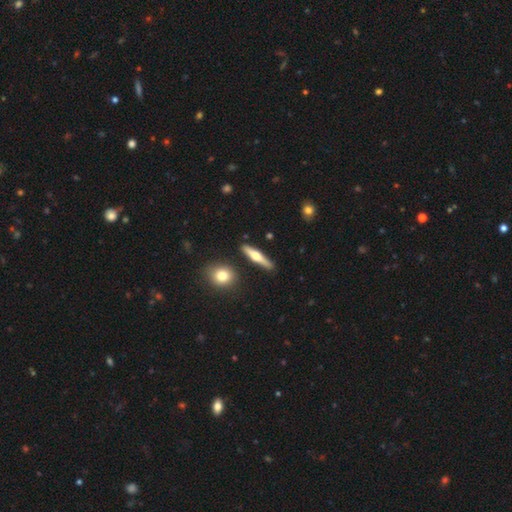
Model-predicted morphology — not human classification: Smooth or featured? Predicted: featured or disk (p=0.58). Edge-on disk? Predicted: yes (p=0.96). Edge-on bulge? Predicted: rounded (p=0.93). Merging? Predicted: none (p=0.89).